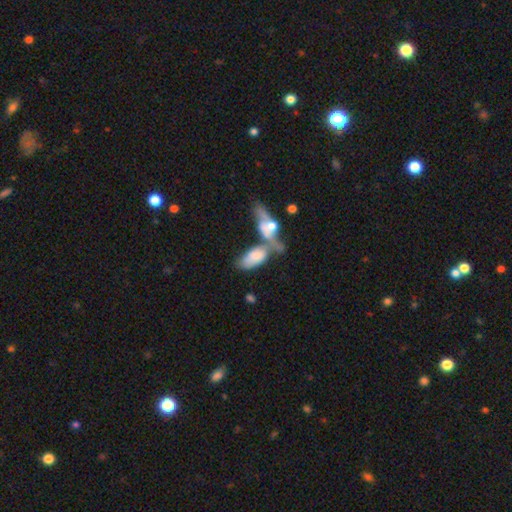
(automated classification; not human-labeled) smooth-or-featured: smooth: 63% | featured or disk: 29% | star or artifact: 8%
  how-rounded: in between: 84% | cigar-shaped: 14% | round: 3%
  merging: merger: 53% | none: 26% | minor disturbance: 13% | major disturbance: 9%